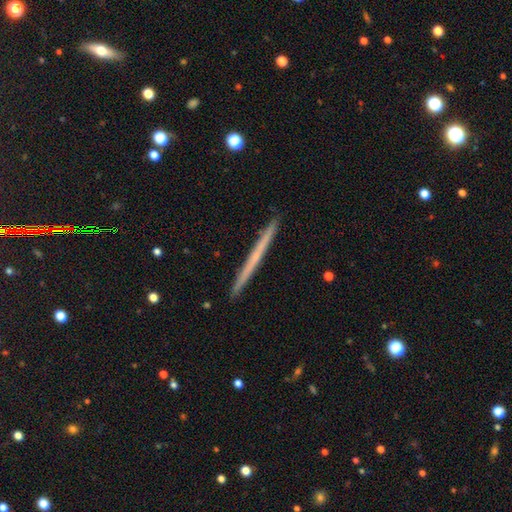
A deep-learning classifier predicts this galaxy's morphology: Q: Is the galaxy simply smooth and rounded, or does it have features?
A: featured or disk — 52%.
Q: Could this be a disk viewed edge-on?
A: yes — 98%.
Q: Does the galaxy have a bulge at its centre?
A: none — 88%.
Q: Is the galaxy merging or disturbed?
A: none — 92%.